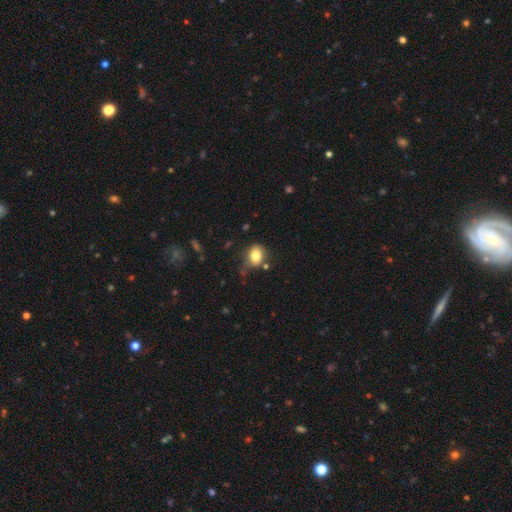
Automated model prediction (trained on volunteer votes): The model was most divided on "how rounded": round: 58%, in between: 41%, cigar-shaped: 1%. More confident: smooth or featured — smooth (79%); merging — none (54%).